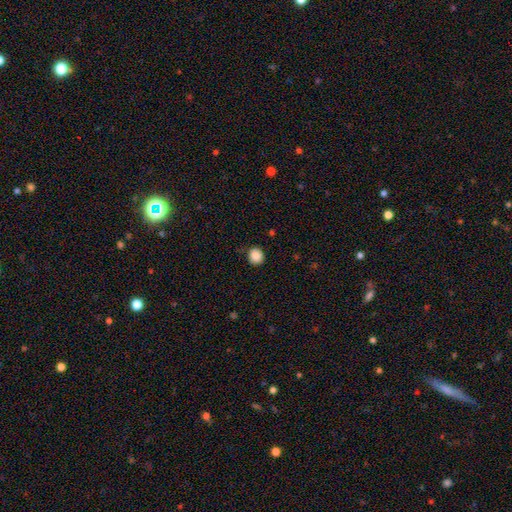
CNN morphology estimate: type=smooth (87%); roundness=round (79%); merging=none (87%).